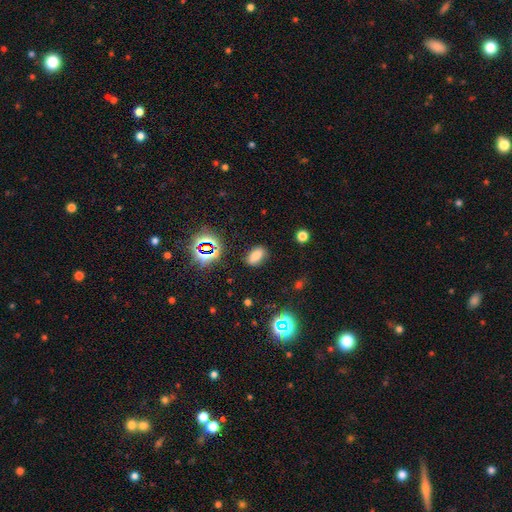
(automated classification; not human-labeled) smooth 71%, star or artifact 21%, featured or disk 8%. Down the decision tree: how rounded — in between (89%); merging — none (84%).